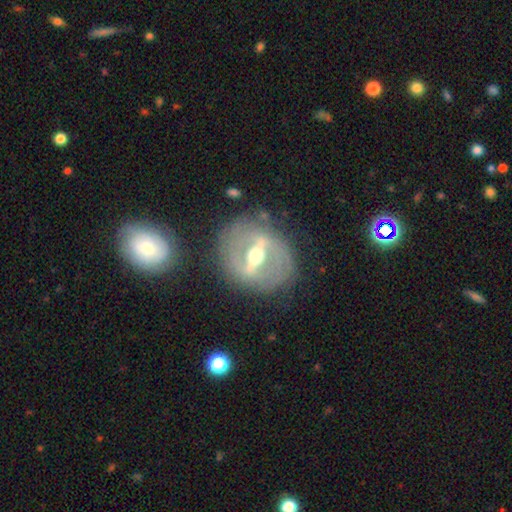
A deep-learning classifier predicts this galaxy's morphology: Smooth or featured?
  - featured or disk: 82% *
  - smooth: 12%
  - star or artifact: 6%
Edge-on disk?
  - no: 78% *
  - yes: 22%
Bar?
  - strong: 80% *
  - weak: 15%
  - no: 5%
Spiral arms?
  - no: 58% *
  - yes: 42%
Bulge size?
  - moderate: 74% *
  - small: 15%
  - large: 9%
  - dominant: 1%
  - none: 1%
Merging?
  - none: 77% *
  - minor disturbance: 13%
  - major disturbance: 6%
  - merger: 3%